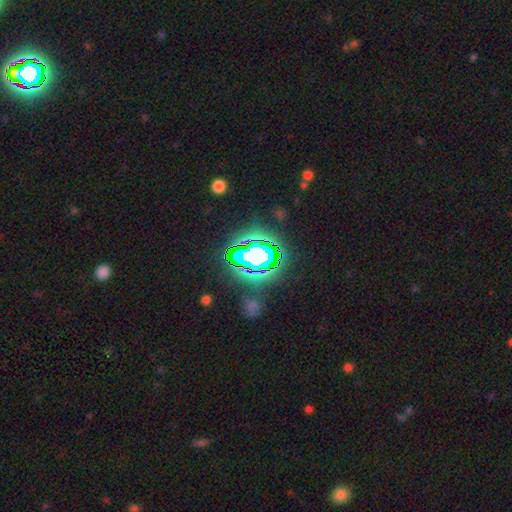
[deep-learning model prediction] smooth-or-featured: star or artifact: 67% | smooth: 20% | featured or disk: 13%